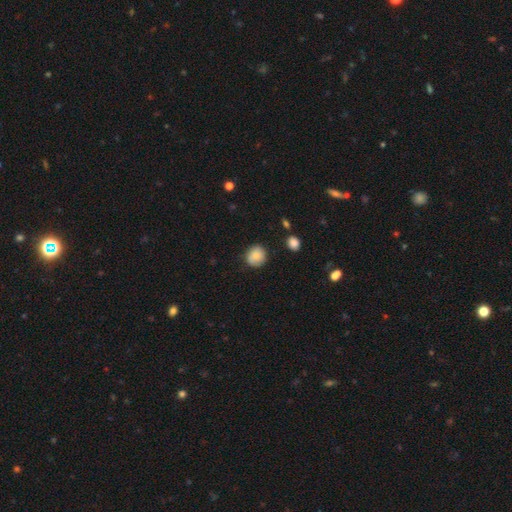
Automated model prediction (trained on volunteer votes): This is clearly a smooth galaxy (81%). How rounded: clearly round (84%). Merging: likely none (80%).